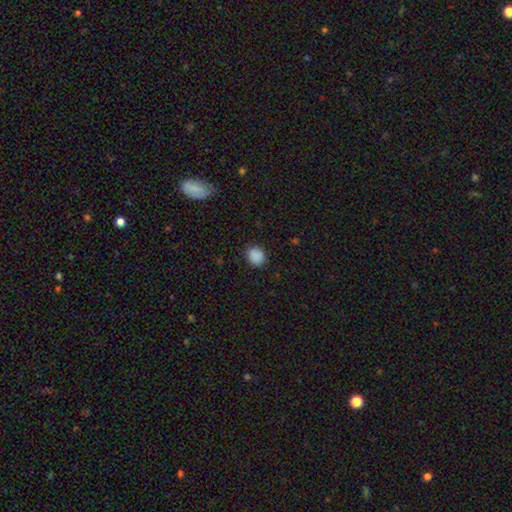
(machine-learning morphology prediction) This appears to be a smooth galaxy with no disk features (89%) that is round (73%). Merging: none (89%).